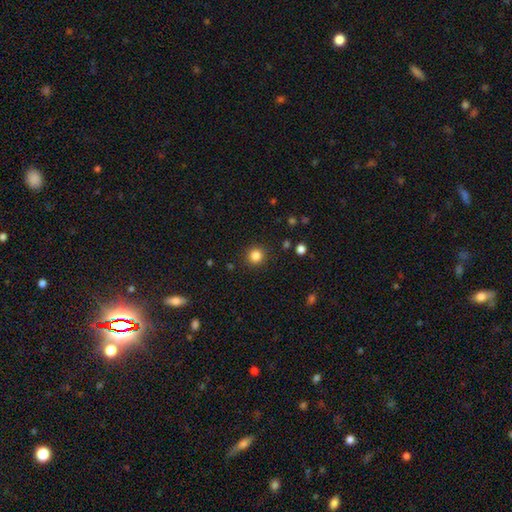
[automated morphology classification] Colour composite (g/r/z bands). It shows a smooth galaxy with no disk features (84%) that is round (93%). Merging: none (91%).